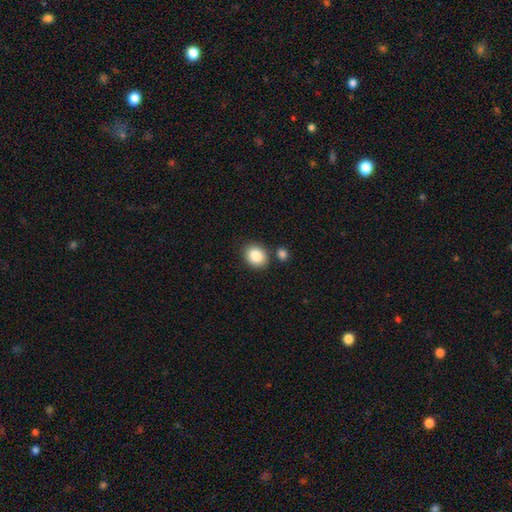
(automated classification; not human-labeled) Overall: smooth (87%). How rounded: round (54%; in between 46%). Merging: none (77%).